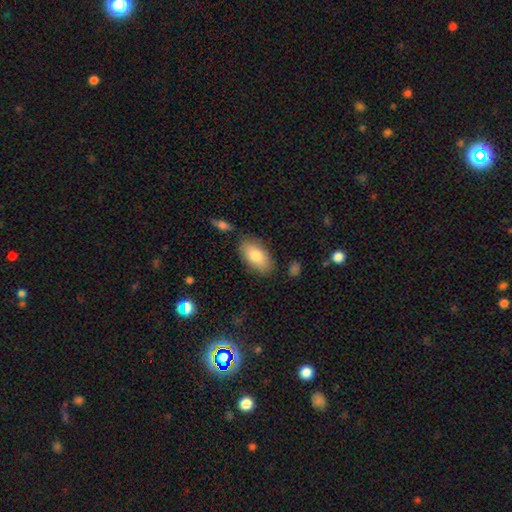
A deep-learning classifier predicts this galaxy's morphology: Overall: smooth (82%). How rounded: in between (93%). Merging: none (81%).